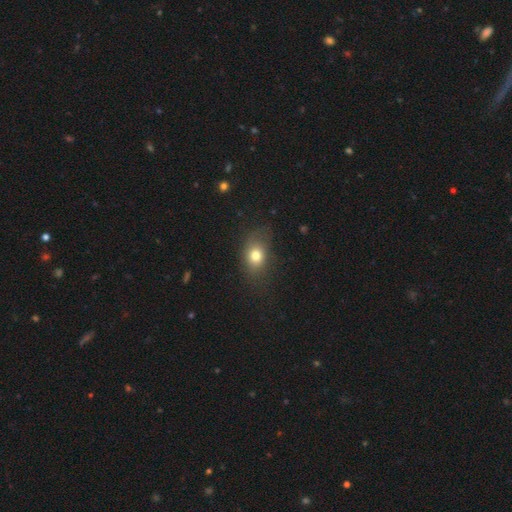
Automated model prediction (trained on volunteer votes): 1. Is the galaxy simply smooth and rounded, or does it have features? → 76% smooth, 12% star or artifact, 12% featured or disk.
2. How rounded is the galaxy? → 62% in between, 37% round, 2% cigar-shaped.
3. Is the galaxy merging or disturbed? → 69% none, 20% minor disturbance, 10% major disturbance, 2% merger.